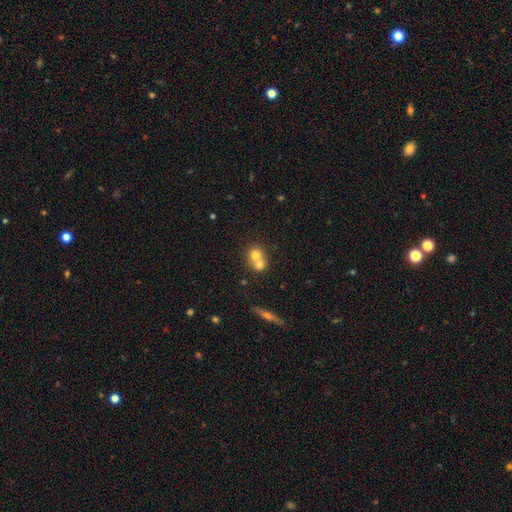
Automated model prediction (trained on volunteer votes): The model was most divided on "merging": merger: 64%, none: 29%, minor disturbance: 5%, major disturbance: 2%. More confident: how rounded — round (79%); smooth or featured — smooth (66%).